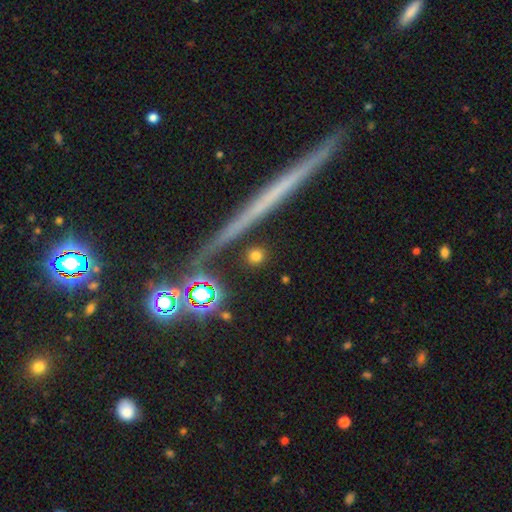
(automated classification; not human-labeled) Morphology: type=smooth (76%); roundness=round (90%); merging=none (88%).